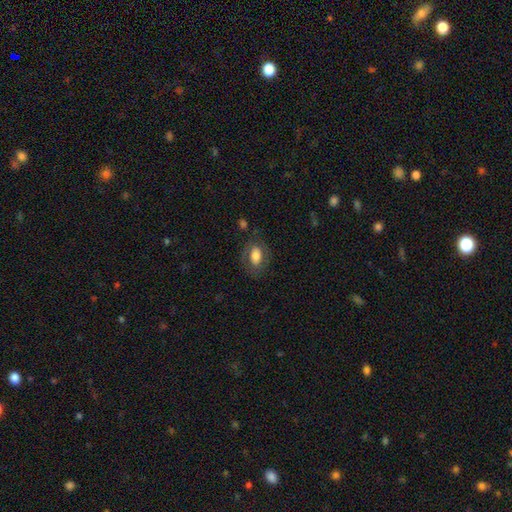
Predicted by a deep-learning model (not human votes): A smooth galaxy with no disk features (67%) that is in between round and cigar-shaped (85%). Merging: none (72%).